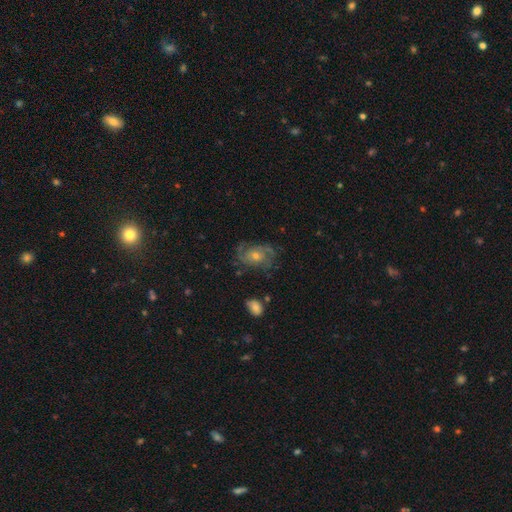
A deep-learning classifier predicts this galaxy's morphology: The model was most divided on "spiral winding": tight: 44%, medium: 42%, loose: 14%. Remaining: edge-on disk — no (96%); spiral arms — yes (91%); smooth or featured — featured or disk (74%); bar — no (73%); merging — none (72%); bulge size — moderate (52%); spiral arm count — 2 (34%).